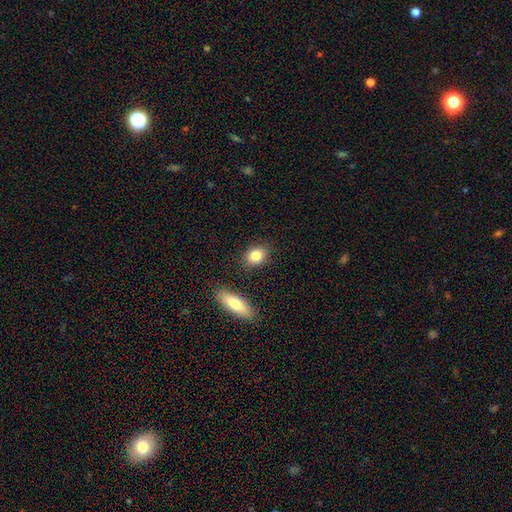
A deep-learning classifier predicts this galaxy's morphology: smooth-or-featured: smooth: 84% | featured or disk: 9% | star or artifact: 8%
  how-rounded: in between: 69% | round: 28% | cigar-shaped: 3%
  merging: none: 82% | minor disturbance: 11% | merger: 5% | major disturbance: 3%